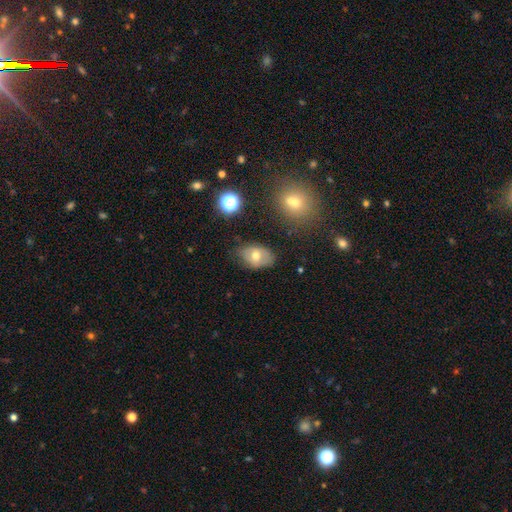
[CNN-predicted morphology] The model was most divided on "smooth or featured": smooth: 61%, featured or disk: 29%, star or artifact: 10%. More confident: how rounded — in between (82%); merging — none (70%).